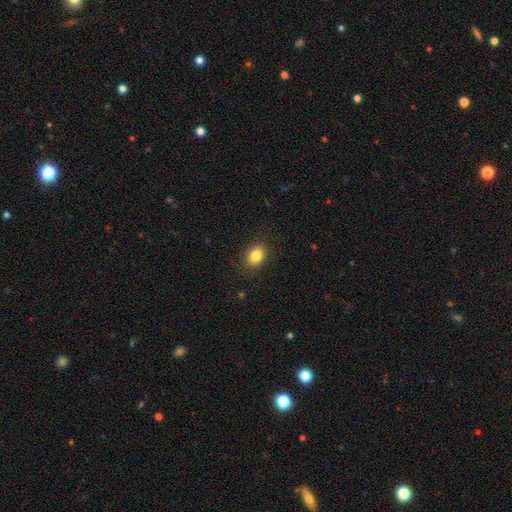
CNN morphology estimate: Smooth or featured? smooth (84%)
How rounded? in between (58%)
Merging? none (88%)